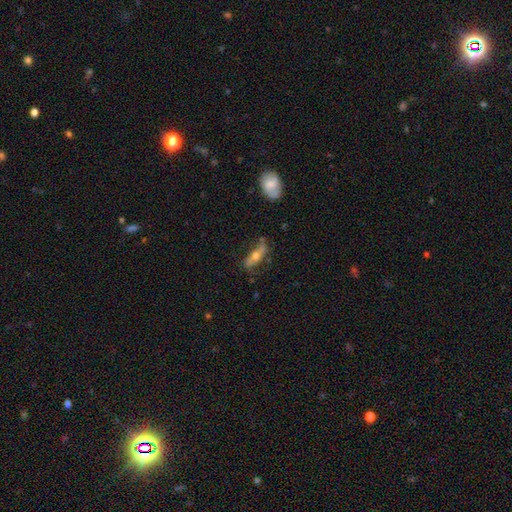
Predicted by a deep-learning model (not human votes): This appears to be a featured or disk galaxy (52%) viewed edge-on (55%). Merging: none (57%).